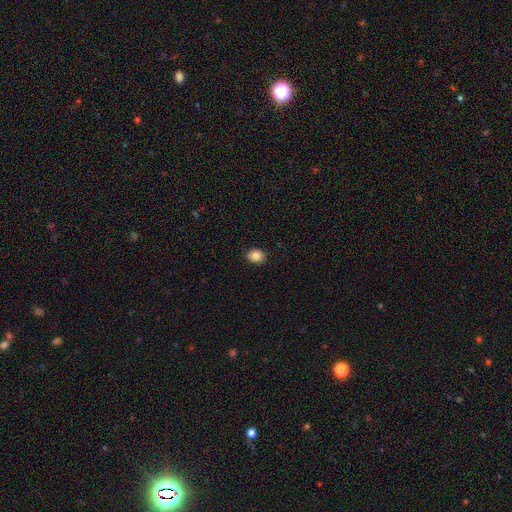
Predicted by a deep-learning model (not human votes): This is clearly a smooth galaxy (86%). How rounded: possibly round (50%). Merging: clearly none (90%).